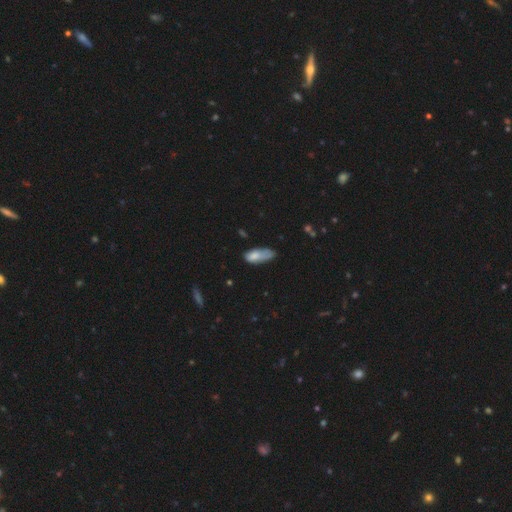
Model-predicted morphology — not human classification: smooth-or-featured: smooth: 75% | featured or disk: 17% | star or artifact: 8%
  how-rounded: in between: 79% | cigar-shaped: 19% | round: 2%
  merging: minor disturbance: 40% | none: 34% | major disturbance: 20% | merger: 6%